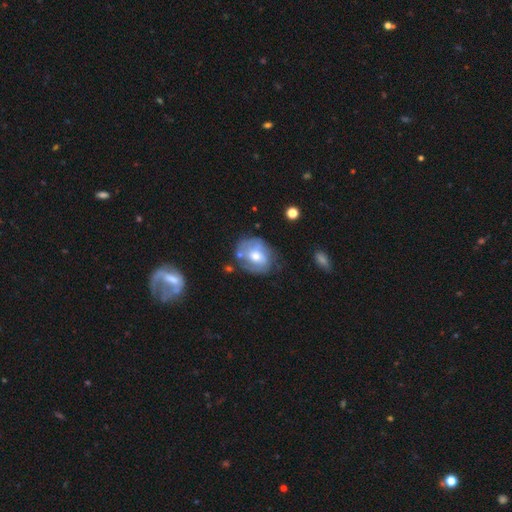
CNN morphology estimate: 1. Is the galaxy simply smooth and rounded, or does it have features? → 56% featured or disk, 37% smooth, 7% star or artifact.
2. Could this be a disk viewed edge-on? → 96% no, 4% yes.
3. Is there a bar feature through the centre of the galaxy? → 64% no, 30% weak, 6% strong.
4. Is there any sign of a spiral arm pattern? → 66% yes, 34% no.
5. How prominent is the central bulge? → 66% moderate, 22% small, 9% large, 2% none, 1% dominant.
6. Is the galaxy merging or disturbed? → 58% none, 25% minor disturbance, 11% major disturbance, 6% merger.